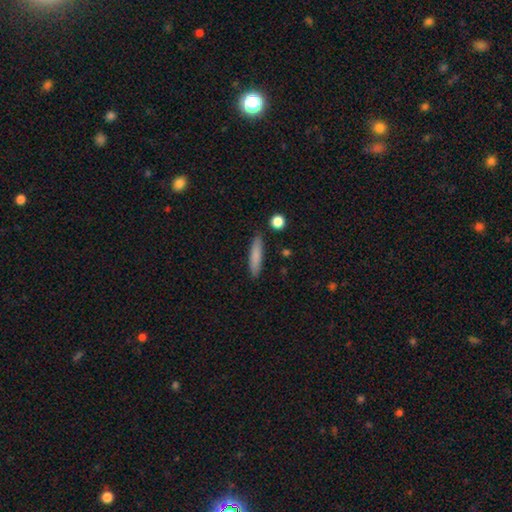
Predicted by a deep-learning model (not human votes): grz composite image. It shows a smooth galaxy with no disk features (81%) that is cigar-shaped (86%). Merging: none (87%).